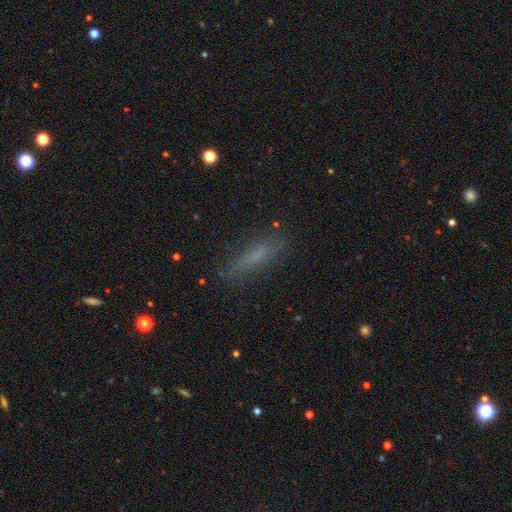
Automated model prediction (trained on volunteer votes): smooth 64%, featured or disk 23%, star or artifact 13%. Down the decision tree: how rounded — cigar-shaped (81%); merging — none (81%).